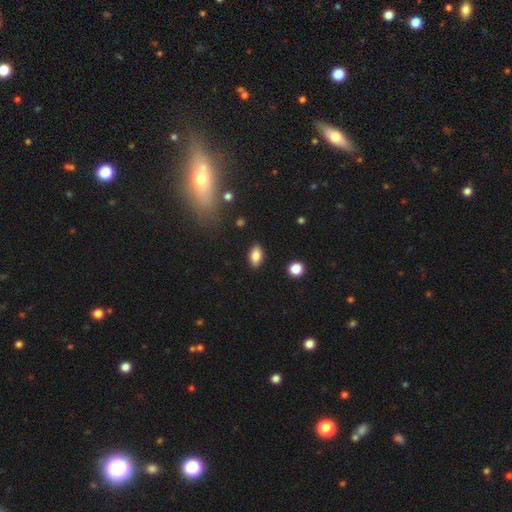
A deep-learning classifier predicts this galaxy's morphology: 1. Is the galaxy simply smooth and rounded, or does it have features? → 82% smooth, 10% featured or disk, 8% star or artifact.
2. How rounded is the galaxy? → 89% in between, 5% round, 5% cigar-shaped.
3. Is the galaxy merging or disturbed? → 87% none, 9% minor disturbance, 2% major disturbance, 2% merger.